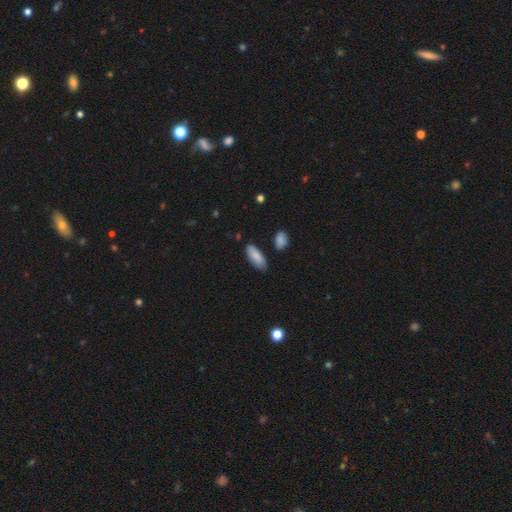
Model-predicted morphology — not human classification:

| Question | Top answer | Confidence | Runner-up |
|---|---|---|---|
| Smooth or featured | smooth | 85% | featured or disk (9%) |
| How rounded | in between | 82% | cigar-shaped (16%) |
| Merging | none | 76% | minor disturbance (17%) |